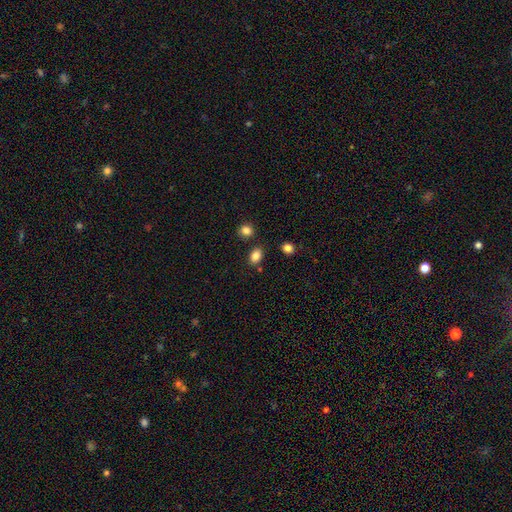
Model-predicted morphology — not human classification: smooth_or_featured: smooth (p=0.85) [alt: star or artifact p=0.10]
how_rounded: in between (p=0.74) [alt: round p=0.25]
merging: none (p=0.80) [alt: minor disturbance p=0.10]